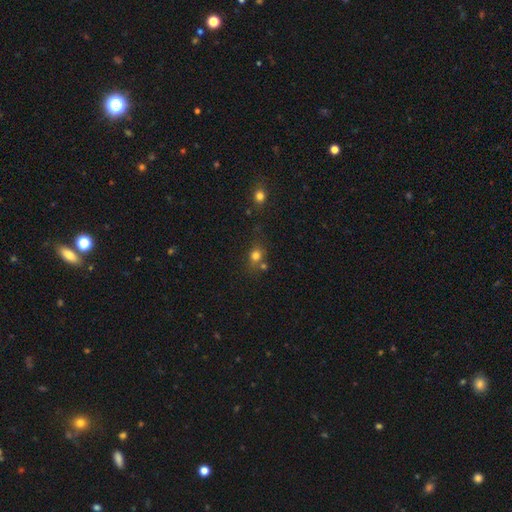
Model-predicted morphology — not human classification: smooth-or-featured: smooth: 75% | star or artifact: 16% | featured or disk: 9%
  how-rounded: round: 67% | in between: 32% | cigar-shaped: 1%
  merging: none: 62% | merger: 18% | minor disturbance: 14% | major disturbance: 6%